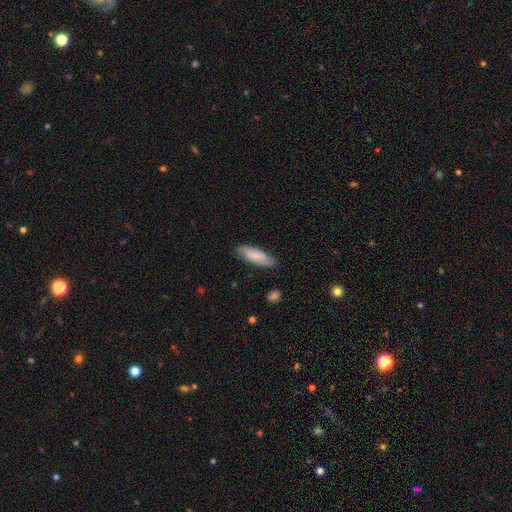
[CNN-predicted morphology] The model was most divided on "how rounded": in between: 55%, cigar-shaped: 44%, round: 2%. More confident: merging — none (84%); smooth or featured — smooth (75%).